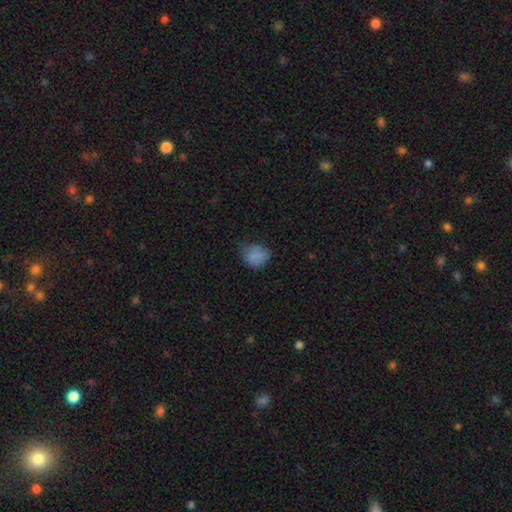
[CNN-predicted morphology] smooth 80%, star or artifact 11%, featured or disk 9%. Down the decision tree: how rounded — round (52%); merging — none (49%).